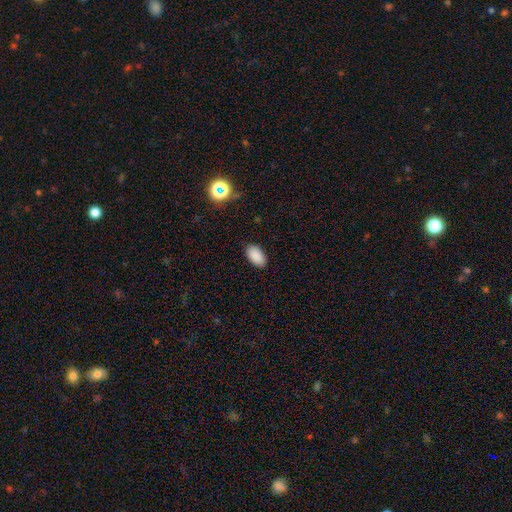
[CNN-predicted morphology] Q: Smooth or featured?
A: smooth (88%); runner-up: star or artifact (9%)
Q: How rounded?
A: in between (94%); runner-up: round (4%)
Q: Merging?
A: none (88%); runner-up: minor disturbance (9%)